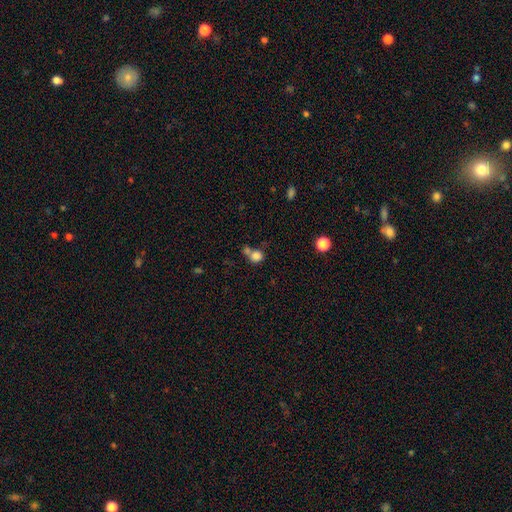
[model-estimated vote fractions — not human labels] smooth 82%, star or artifact 11%, featured or disk 7%. Down the decision tree: how rounded — round (82%); merging — none (43%).